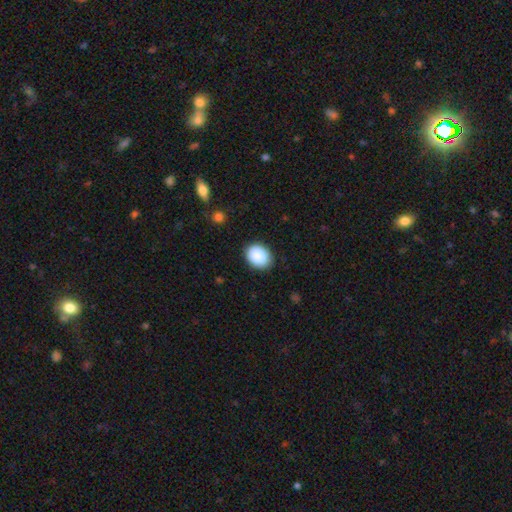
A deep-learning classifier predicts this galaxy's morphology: A smooth galaxy with no disk features (90%) that is in between round and cigar-shaped (56%). Merging: none (86%).